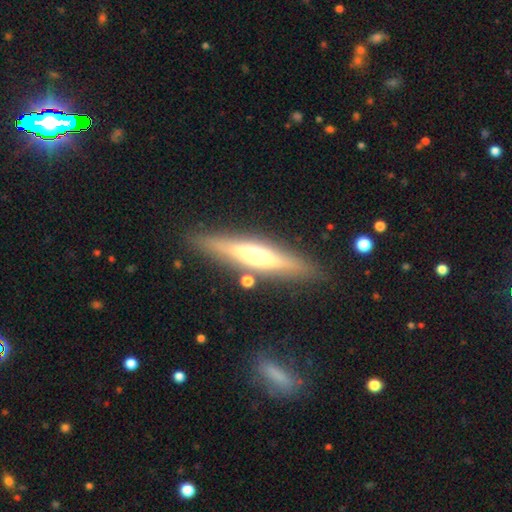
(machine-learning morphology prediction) Smooth or featured?
  - featured or disk: 61% *
  - smooth: 32%
  - star or artifact: 7%
Edge-on disk?
  - yes: 88% *
  - no: 12%
Edge-on bulge?
  - rounded: 84% *
  - boxy: 8%
  - none: 8%
Merging?
  - none: 83% *
  - minor disturbance: 10%
  - merger: 3%
  - major disturbance: 3%